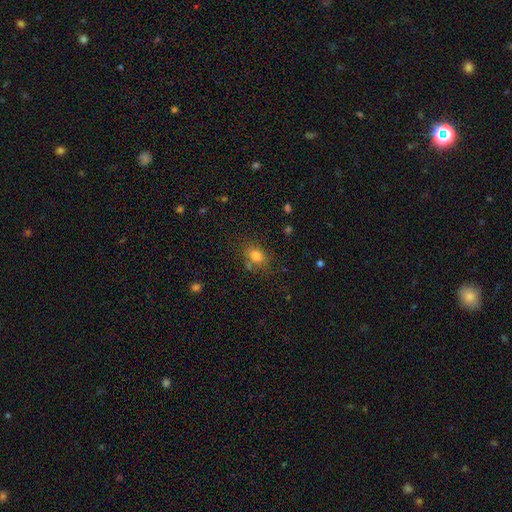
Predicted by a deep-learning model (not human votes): A smooth galaxy with no disk features (79%) that is in between round and cigar-shaped (66%).

Vote fractions:
- Smooth or featured? smooth: 79% / star or artifact: 13% / featured or disk: 8%
- How rounded? in between: 66% / round: 33% / cigar-shaped: 1%
- Merging? none: 71% / minor disturbance: 16% / merger: 8% / major disturbance: 5%